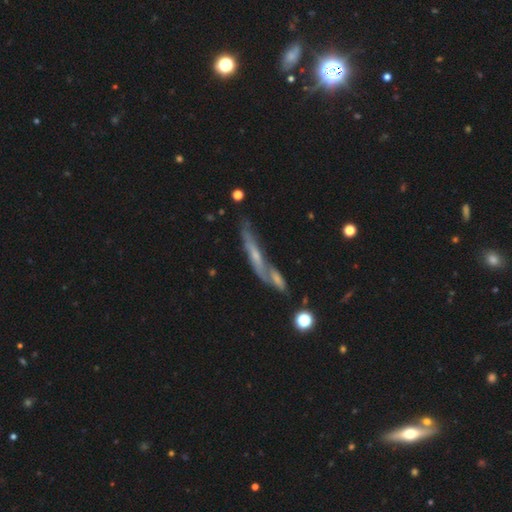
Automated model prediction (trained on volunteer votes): Q: Smooth or featured?
A: featured or disk (56%); runner-up: smooth (26%)
Q: Edge-on disk?
A: yes (69%); runner-up: no (31%)
Q: Merging?
A: none (42%); runner-up: merger (25%)